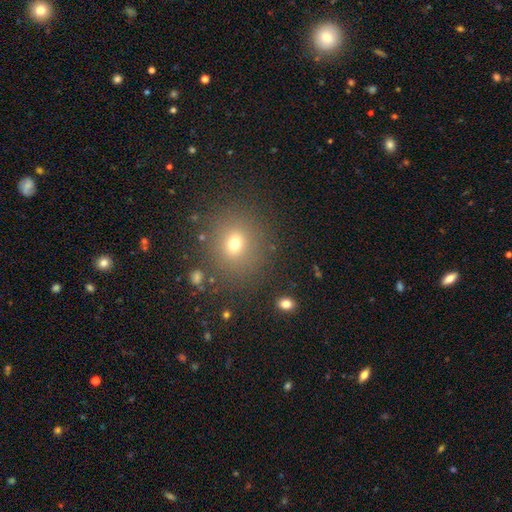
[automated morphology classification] Smooth or featured? Predicted: smooth (p=0.60). How rounded? Predicted: round (p=0.90). Merging? Predicted: none (p=0.89).